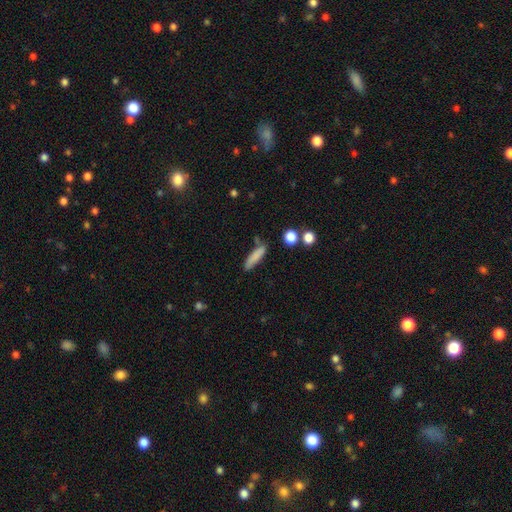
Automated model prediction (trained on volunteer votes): smooth-or-featured: smooth: 81% | featured or disk: 11% | star or artifact: 8%
  how-rounded: cigar-shaped: 77% | in between: 21% | round: 2%
  merging: none: 72% | minor disturbance: 18% | merger: 6% | major disturbance: 4%